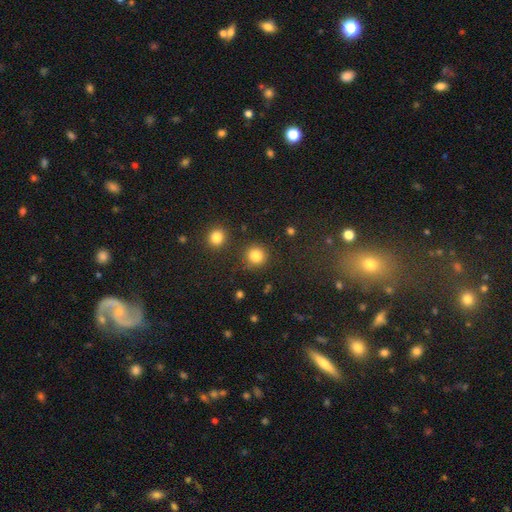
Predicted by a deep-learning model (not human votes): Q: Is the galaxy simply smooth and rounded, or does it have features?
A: smooth — 84%.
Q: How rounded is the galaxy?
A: round — 92%.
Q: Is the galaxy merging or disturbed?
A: none — 84%.